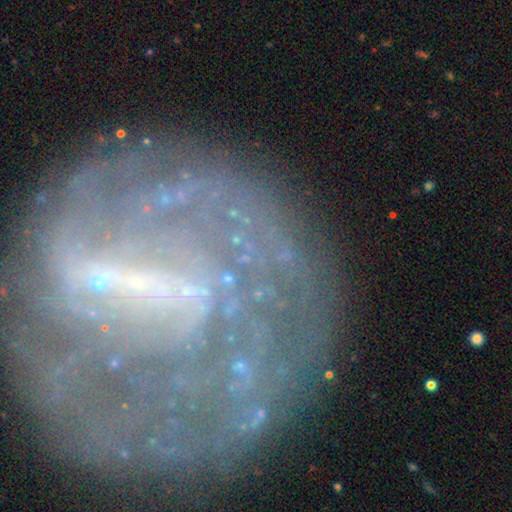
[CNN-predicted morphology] Smooth or featured: featured or disk — 77% (star or artifact — 12%)
Edge-on disk: no — 97% (yes — 3%)
Bar: strong — 43% (weak — 34%)
Spiral arms: yes — 75% (no — 25%)
Spiral winding: tight — 45% (medium — 32%)
Spiral arm count: can't tell — 38% (2 — 28%)
Bulge size: small — 47% (none — 37%)
Merging: none — 59% (major disturbance — 18%)